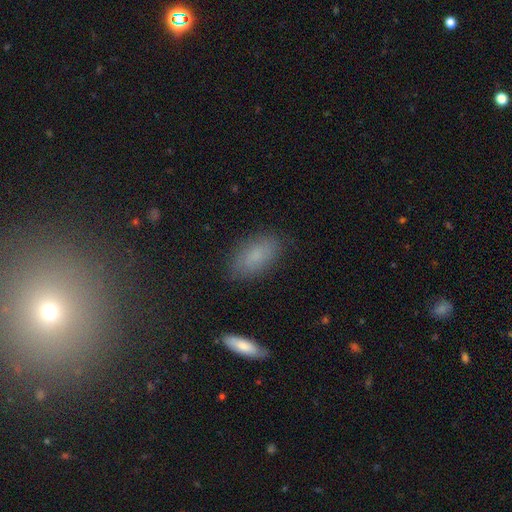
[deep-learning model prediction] smooth_or_featured: smooth (p=0.82) [alt: featured or disk p=0.09]
how_rounded: in between (p=0.91) [alt: cigar-shaped p=0.06]
merging: none (p=0.82) [alt: minor disturbance p=0.13]